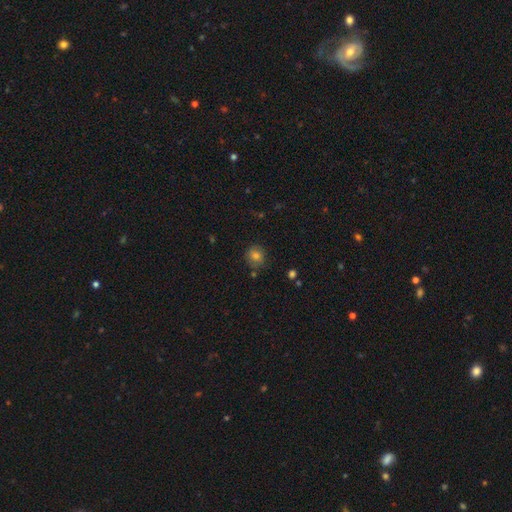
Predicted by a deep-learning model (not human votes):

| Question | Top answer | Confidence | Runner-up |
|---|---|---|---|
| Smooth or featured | smooth | 77% | star or artifact (13%) |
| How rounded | round | 81% | in between (18%) |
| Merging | none | 80% | minor disturbance (13%) |